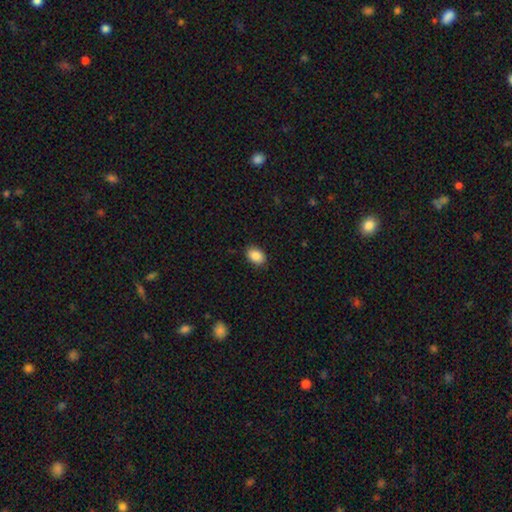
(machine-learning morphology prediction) type=smooth (88%); roundness=in between (83%); merging=none (88%).